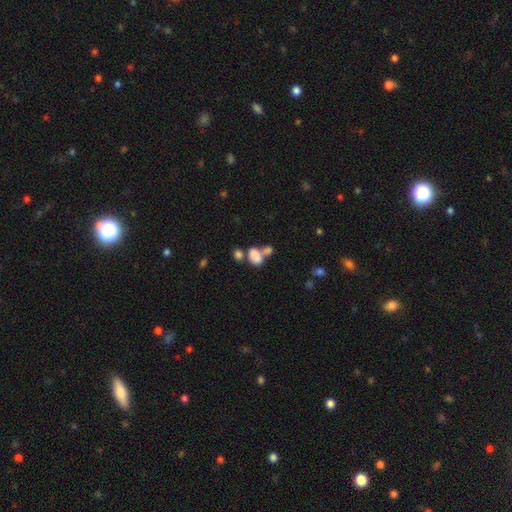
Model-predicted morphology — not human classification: This is likely a smooth galaxy (74%). How rounded: likely in between (80%). Merging: possibly merger (57%).